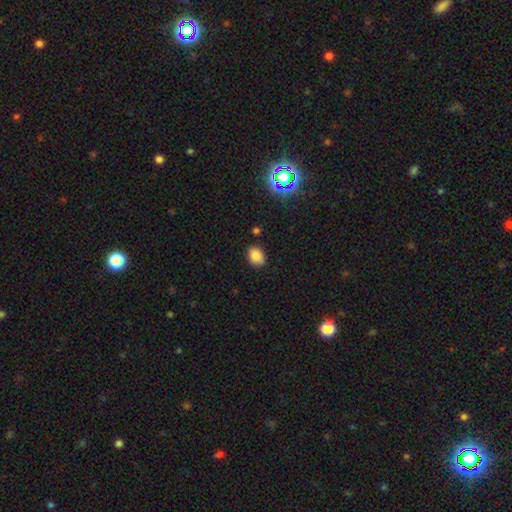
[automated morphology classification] A smooth galaxy with no disk features (83%) that is in between round and cigar-shaped (63%). Merging: none (82%).